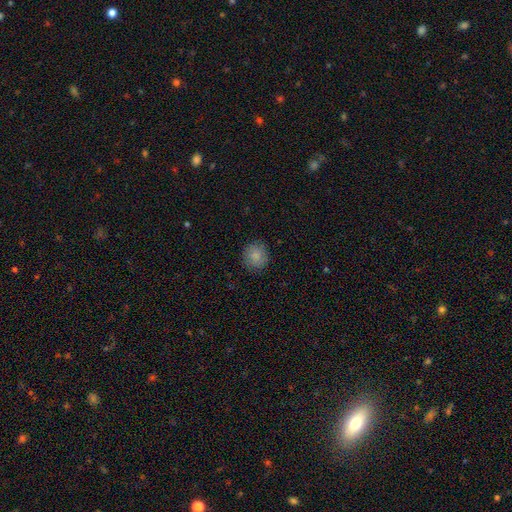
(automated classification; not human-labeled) smooth-or-featured: smooth: 85% | star or artifact: 9% | featured or disk: 6%
  how-rounded: round: 84% | in between: 15% | cigar-shaped: 1%
  merging: none: 85% | minor disturbance: 11% | major disturbance: 3% | merger: 1%